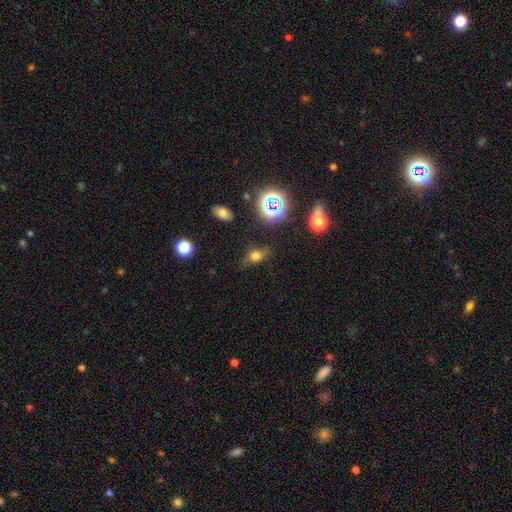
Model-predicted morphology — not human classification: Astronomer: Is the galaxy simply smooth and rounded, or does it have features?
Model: smooth — 57%.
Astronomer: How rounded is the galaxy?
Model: in between — 66%.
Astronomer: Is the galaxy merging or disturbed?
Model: none — 68%.